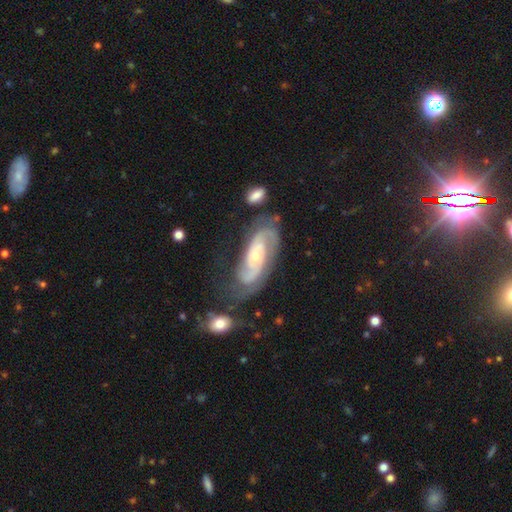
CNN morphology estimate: Overall: featured or disk (87%). Edge-on disk: no (94%). Bar: no (66%; weak 26%). Spiral arms: yes (96%). Spiral arm count: 2 (69%). Spiral winding: tight (49%; medium 38%). Bulge size: small (61%; moderate 35%). Merging: none (61%; minor disturbance 21%).